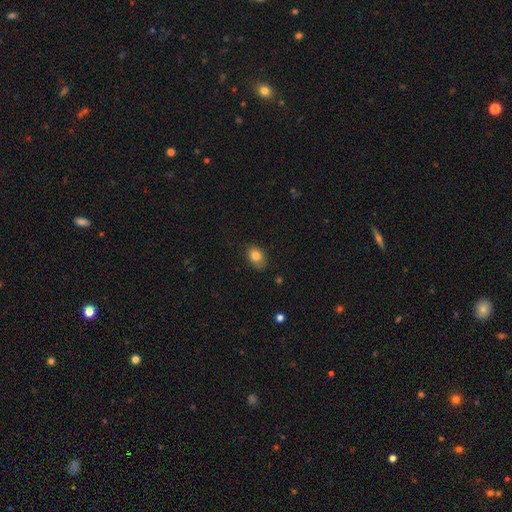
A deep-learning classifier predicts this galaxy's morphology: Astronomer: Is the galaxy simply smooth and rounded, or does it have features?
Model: smooth — 81%.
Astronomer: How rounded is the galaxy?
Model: in between — 70%.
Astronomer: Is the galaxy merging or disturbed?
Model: none — 79%.